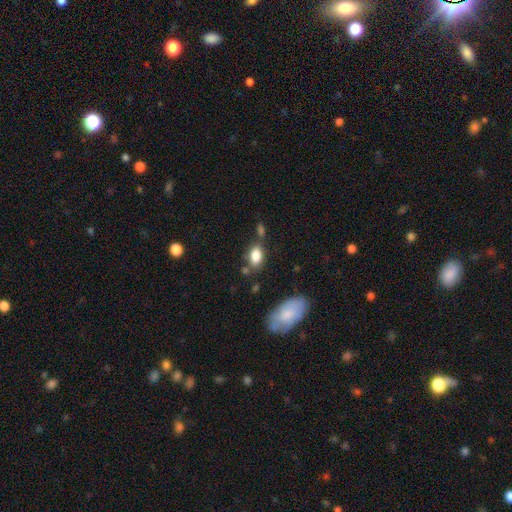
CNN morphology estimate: Overall: smooth (84%). How rounded: in between (87%). Merging: none (65%).